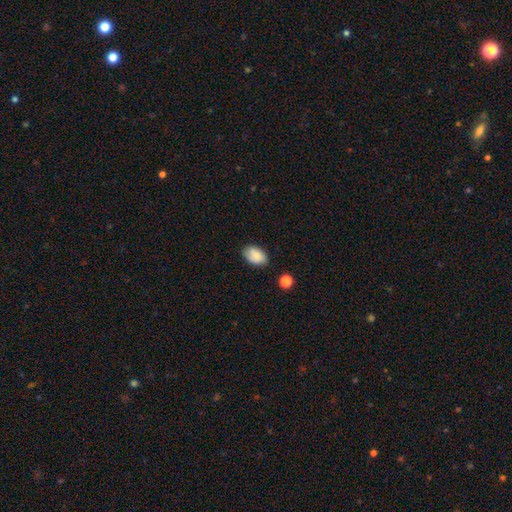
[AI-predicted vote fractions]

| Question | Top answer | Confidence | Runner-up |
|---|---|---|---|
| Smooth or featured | smooth | 83% | featured or disk (9%) |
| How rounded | in between | 90% | round (9%) |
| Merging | none | 80% | minor disturbance (15%) |